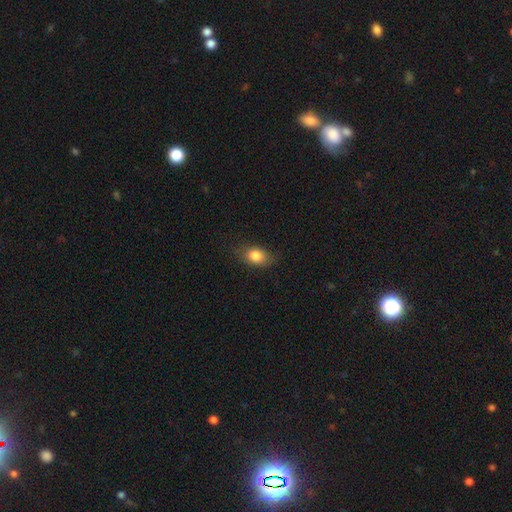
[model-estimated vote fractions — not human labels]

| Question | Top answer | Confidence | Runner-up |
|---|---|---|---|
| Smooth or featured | smooth | 84% | star or artifact (9%) |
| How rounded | in between | 75% | round (22%) |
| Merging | none | 77% | minor disturbance (18%) |